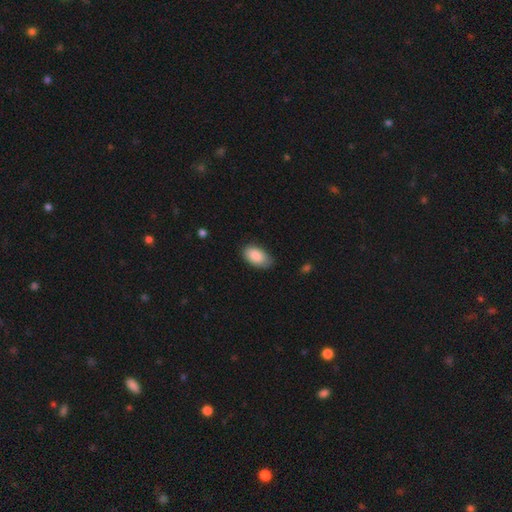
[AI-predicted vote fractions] The model was most divided on "merging": none: 69%, minor disturbance: 26%, major disturbance: 4%, merger: 1%. More confident: how rounded — in between (95%); smooth or featured — smooth (87%).